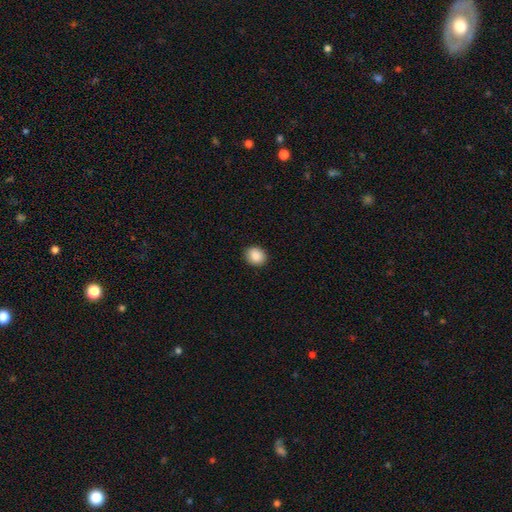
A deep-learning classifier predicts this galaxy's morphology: smooth_or_featured: smooth (p=0.89) [alt: star or artifact p=0.08]
how_rounded: round (p=0.64) [alt: in between p=0.35]
merging: none (p=0.91) [alt: minor disturbance p=0.07]